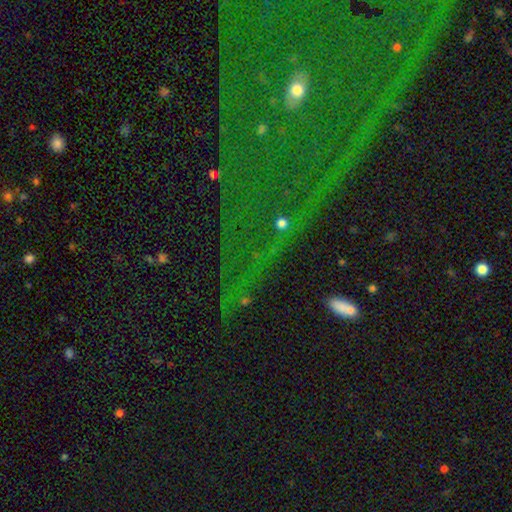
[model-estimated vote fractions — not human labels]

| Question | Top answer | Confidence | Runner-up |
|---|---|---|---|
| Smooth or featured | star or artifact | 67% | featured or disk (18%) |